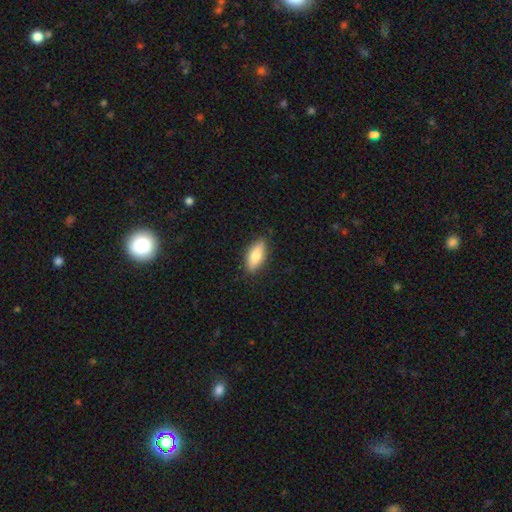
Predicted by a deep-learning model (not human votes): Smooth or featured: smooth — 78% (featured or disk — 16%)
How rounded: in between — 78% (cigar-shaped — 20%)
Merging: none — 85% (minor disturbance — 12%)